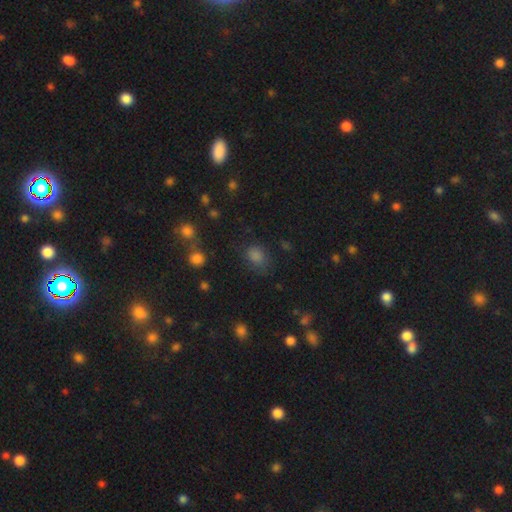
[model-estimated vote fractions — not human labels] Morphology: type=smooth (73%); roundness=in between (55%); merging=none (71%).